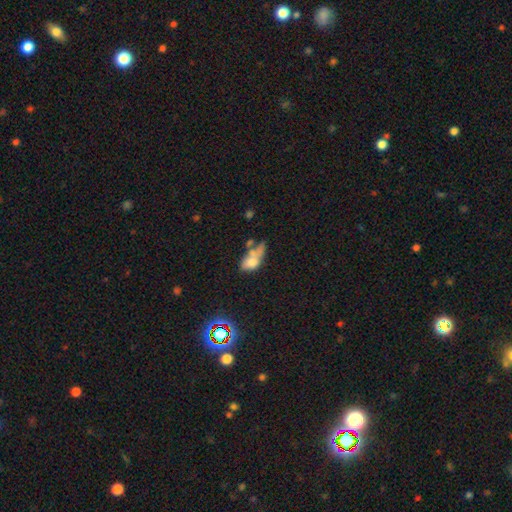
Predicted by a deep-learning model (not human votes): A smooth galaxy with no disk features (62%) that is in between round and cigar-shaped (82%). Merging: merger (37%).